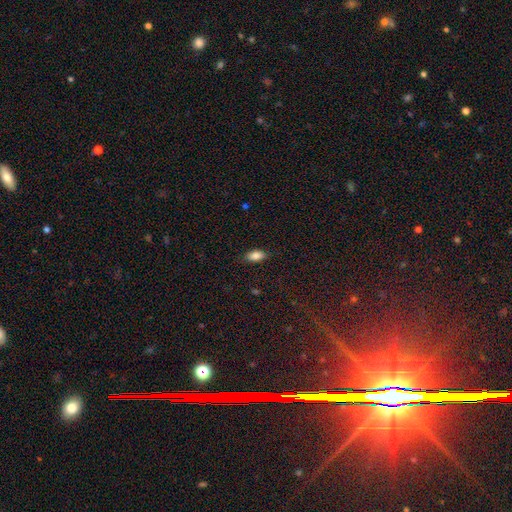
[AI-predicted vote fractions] smooth_or_featured: smooth (p=0.85) [alt: star or artifact p=0.08]
how_rounded: in between (p=0.89) [alt: cigar-shaped p=0.07]
merging: none (p=0.85) [alt: minor disturbance p=0.12]